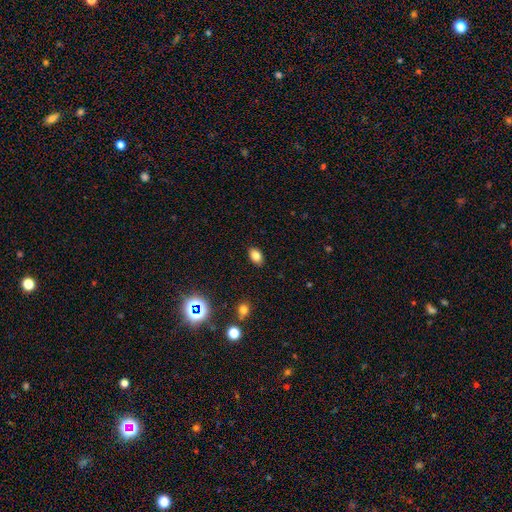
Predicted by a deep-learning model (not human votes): smooth-or-featured: smooth: 82% | star or artifact: 11% | featured or disk: 7%
  how-rounded: in between: 86% | round: 13% | cigar-shaped: 1%
  merging: none: 89% | minor disturbance: 8% | major disturbance: 2% | merger: 1%